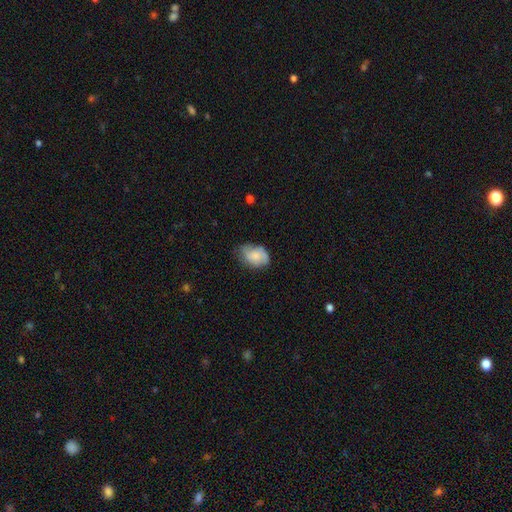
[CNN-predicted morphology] A smooth galaxy with no disk features (61%) that is in between round and cigar-shaped (82%).

Vote fractions:
- Smooth or featured? smooth: 61% / featured or disk: 32% / star or artifact: 8%
- How rounded? in between: 82% / round: 17% / cigar-shaped: 1%
- Merging? none: 56% / minor disturbance: 32% / major disturbance: 10% / merger: 2%